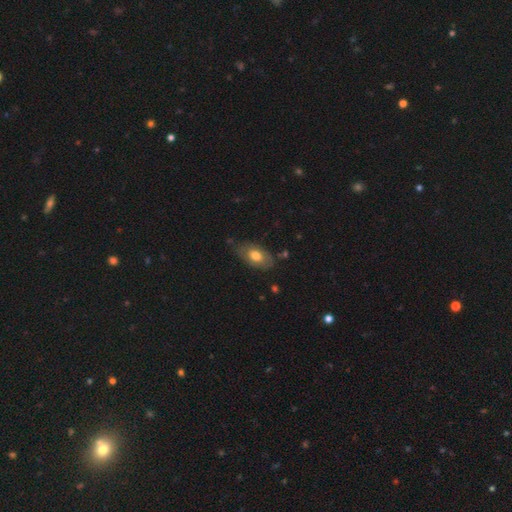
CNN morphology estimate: Overall: smooth (67%; featured or disk 27%). How rounded: in between (91%). Merging: none (72%).